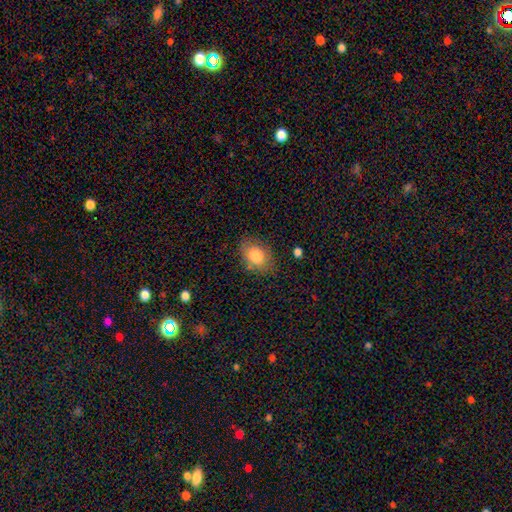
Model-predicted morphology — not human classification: type=smooth (82%); roundness=in between (81%); merging=none (76%).